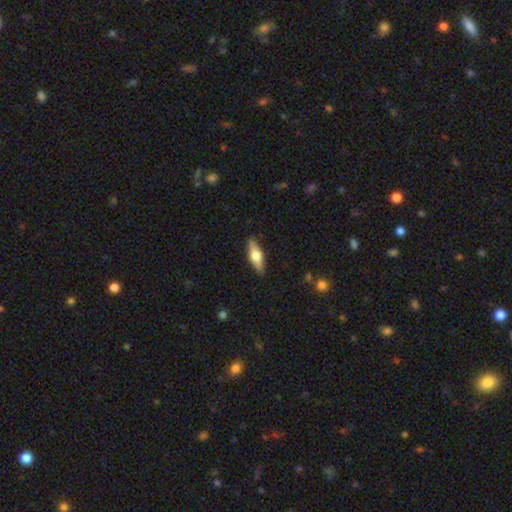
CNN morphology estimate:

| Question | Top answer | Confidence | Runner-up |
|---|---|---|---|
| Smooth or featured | featured or disk | 48% | smooth (47%) |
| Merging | none | 88% | minor disturbance (9%) |